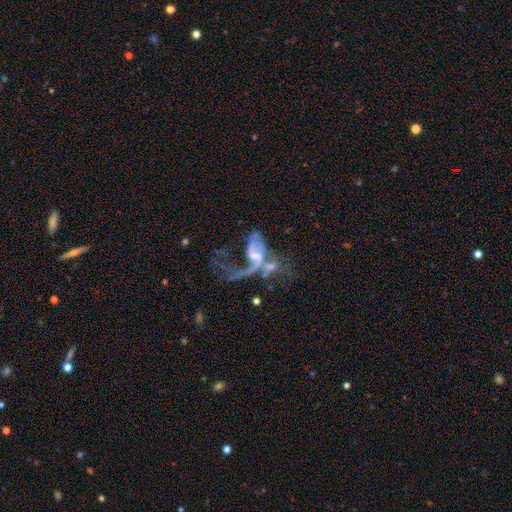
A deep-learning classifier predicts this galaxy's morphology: smooth_or_featured: featured or disk (p=0.73) [alt: smooth p=0.15]
disk_edge_on: no (p=0.94) [alt: yes p=0.06]
bar: no (p=0.54) [alt: weak p=0.34]
has_spiral_arms: yes (p=0.70) [alt: no p=0.30]
bulge_size: small (p=0.37) [alt: moderate p=0.36]
merging: merger (p=0.49) [alt: major disturbance p=0.33]